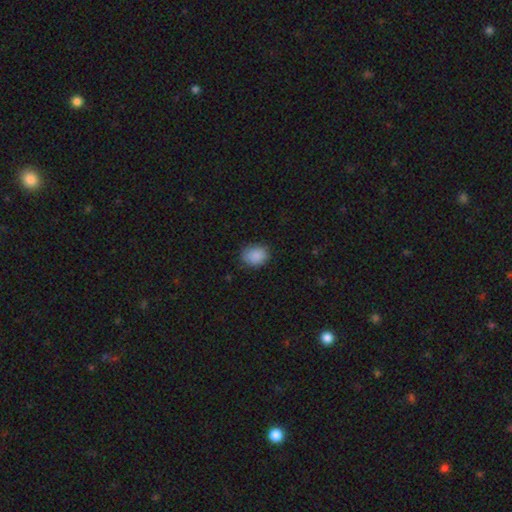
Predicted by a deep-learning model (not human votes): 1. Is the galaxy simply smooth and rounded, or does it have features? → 88% smooth, 8% star or artifact, 4% featured or disk.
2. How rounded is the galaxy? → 50% in between, 49% round, 1% cigar-shaped.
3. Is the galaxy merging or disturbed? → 80% none, 16% minor disturbance, 3% major disturbance, 1% merger.